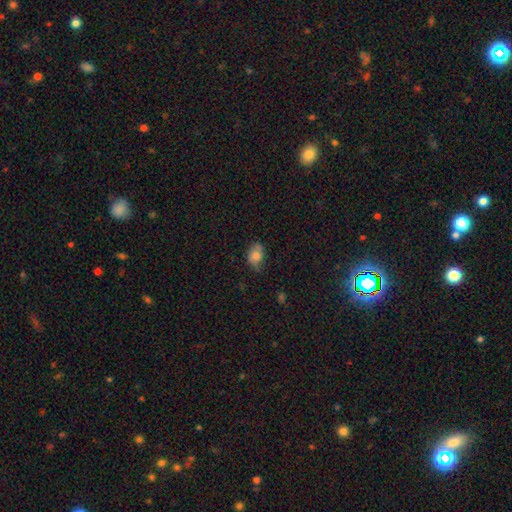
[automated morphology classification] smooth_or_featured: smooth (p=0.73) [alt: featured or disk p=0.17]
how_rounded: in between (p=0.74) [alt: round p=0.25]
merging: none (p=0.57) [alt: minor disturbance p=0.32]